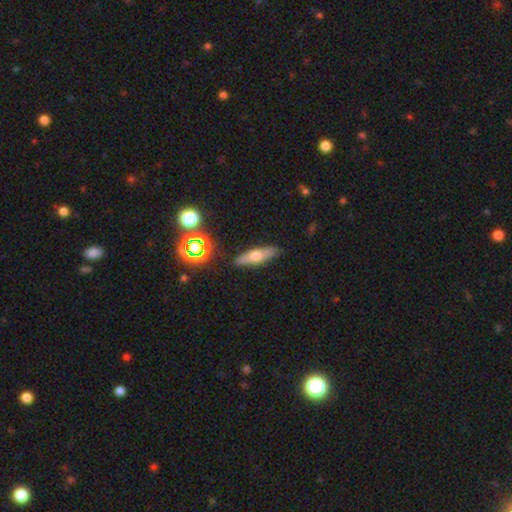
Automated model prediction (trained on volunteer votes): Morphology: type=smooth (51%); roundness=cigar-shaped (63%); merging=none (86%).